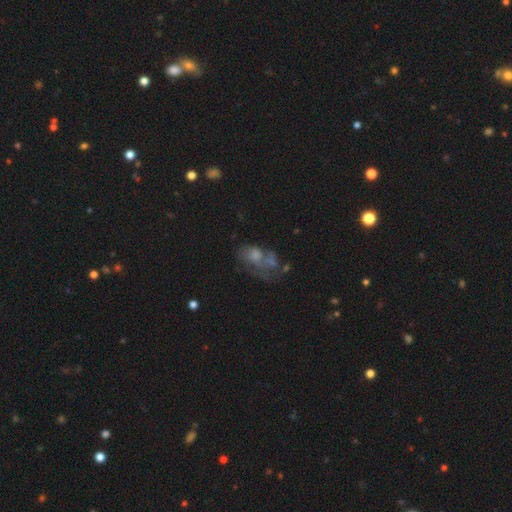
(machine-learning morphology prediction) A featured or disk galaxy (45%). Merging: none (34%).